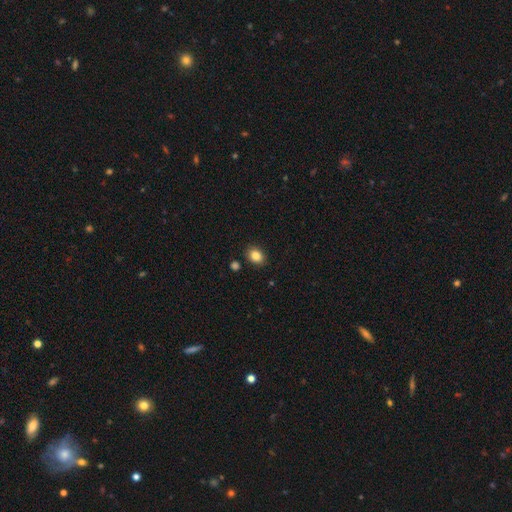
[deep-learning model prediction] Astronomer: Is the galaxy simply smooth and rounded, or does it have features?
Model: smooth — 85%.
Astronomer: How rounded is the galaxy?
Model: in between — 58% (runner-up: round, 41%).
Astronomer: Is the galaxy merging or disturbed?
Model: none — 86%.